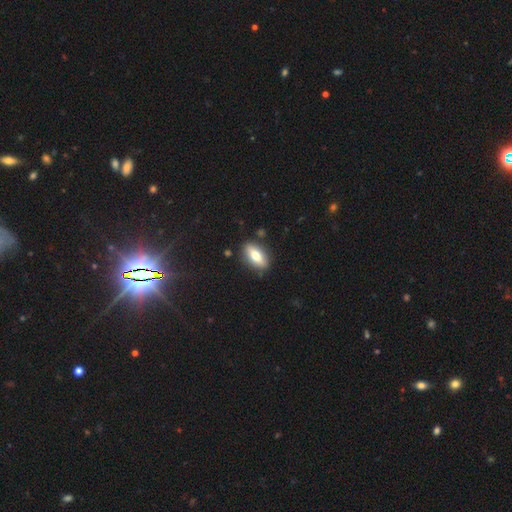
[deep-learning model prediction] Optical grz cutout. It shows a smooth galaxy with no disk features (71%) that is in between round and cigar-shaped (82%). Merging: none (84%).